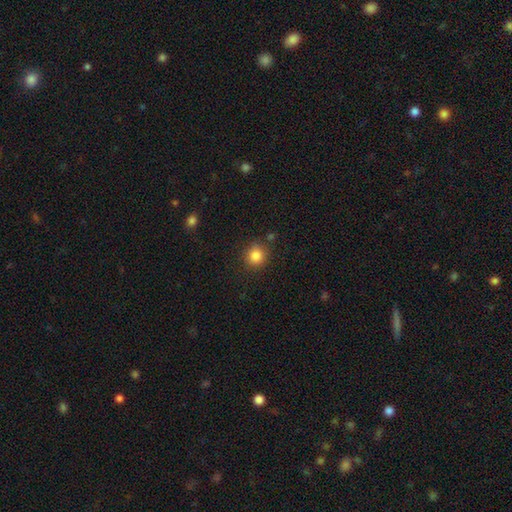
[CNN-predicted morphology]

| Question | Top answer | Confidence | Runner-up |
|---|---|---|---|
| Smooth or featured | smooth | 84% | star or artifact (11%) |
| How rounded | round | 89% | in between (10%) |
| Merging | none | 85% | minor disturbance (9%) |